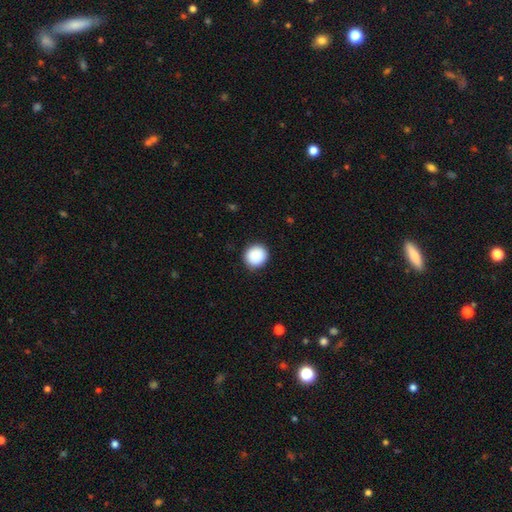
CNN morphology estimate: A smooth galaxy with no disk features (90%) that is round (91%).

Vote fractions:
- Smooth or featured? smooth: 90% / star or artifact: 8% / featured or disk: 3%
- How rounded? round: 91% / in between: 8% / cigar-shaped: 1%
- Merging? none: 90% / minor disturbance: 7% / major disturbance: 2% / merger: 1%